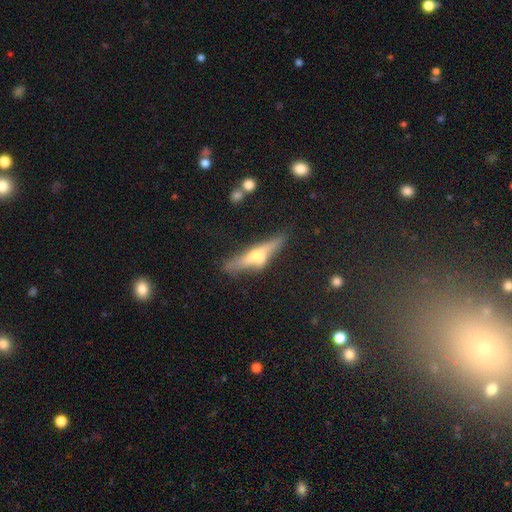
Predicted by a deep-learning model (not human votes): Smooth or featured: featured or disk — 62% (smooth — 29%)
Edge-on disk: yes — 90% (no — 10%)
Edge-on bulge: rounded — 85% (boxy — 9%)
Merging: none — 67% (minor disturbance — 20%)